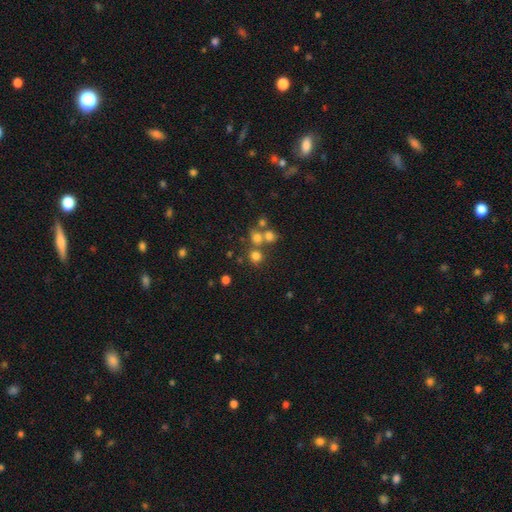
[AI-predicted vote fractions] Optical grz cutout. It shows a smooth galaxy with no disk features (70%) that is round (85%). Merging: none (58%).